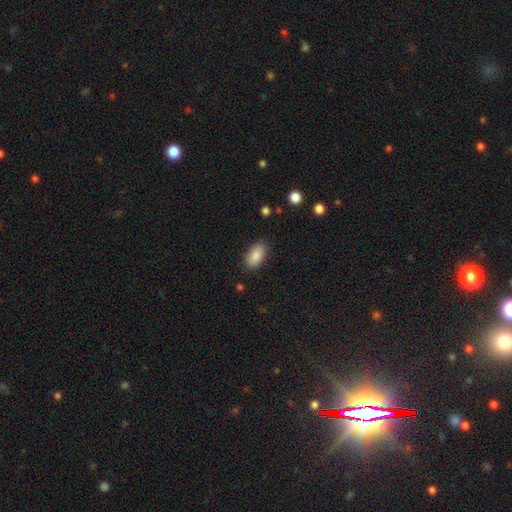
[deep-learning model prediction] This appears to be a smooth galaxy with no disk features (86%) that is in between round and cigar-shaped (93%). Merging: none (85%).